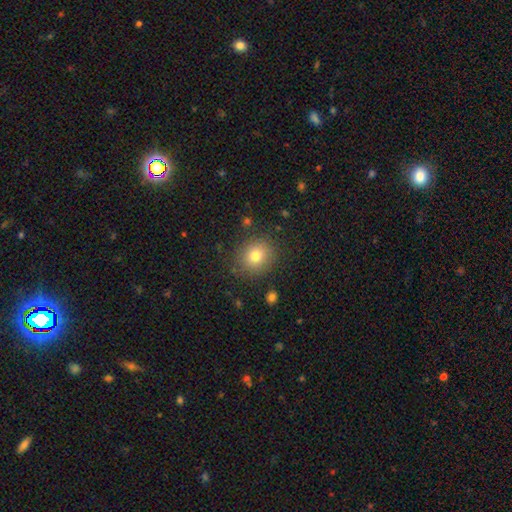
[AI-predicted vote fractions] Smooth or featured? smooth (78%)
How rounded? round (83%)
Merging? none (86%)